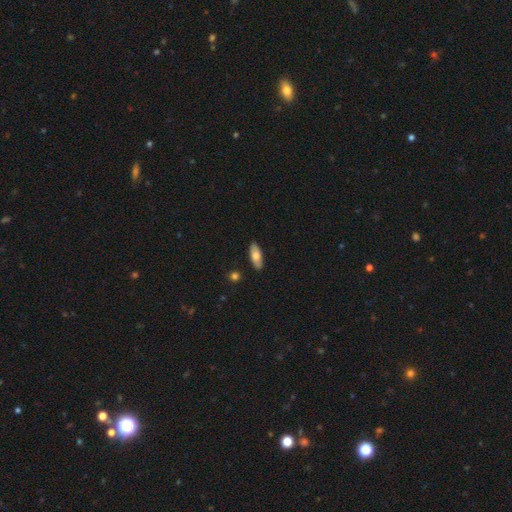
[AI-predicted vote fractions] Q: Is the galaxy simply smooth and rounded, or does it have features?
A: smooth — 71%.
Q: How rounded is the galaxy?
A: in between — 75%.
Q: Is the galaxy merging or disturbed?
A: none — 87%.